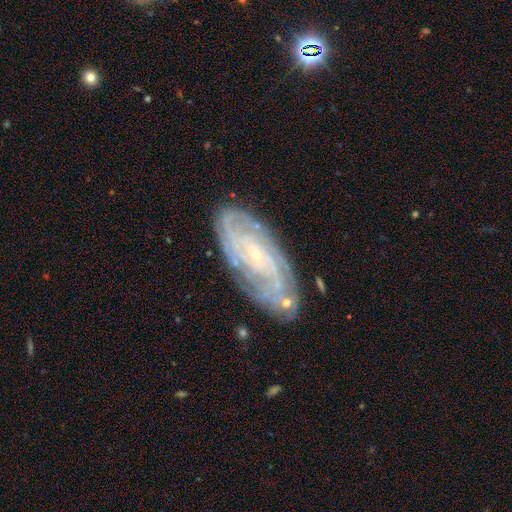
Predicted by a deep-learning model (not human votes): Smooth or featured?
  - featured or disk: 81% *
  - smooth: 12%
  - star or artifact: 7%
Edge-on disk?
  - no: 92% *
  - yes: 8%
Bar?
  - no: 61% *
  - weak: 30%
  - strong: 9%
Spiral arms?
  - yes: 93% *
  - no: 7%
Spiral winding?
  - tight: 67% *
  - medium: 26%
  - loose: 7%
Spiral arm count?
  - can't tell: 40% *
  - 2: 18%
  - 3: 15%
  - 4: 15%
  - more than 4: 7%
  - 1: 5%
Bulge size?
  - small: 83% *
  - moderate: 10%
  - none: 4%
  - large: 1%
  - dominant: 1%
Merging?
  - none: 78% *
  - minor disturbance: 16%
  - major disturbance: 4%
  - merger: 3%